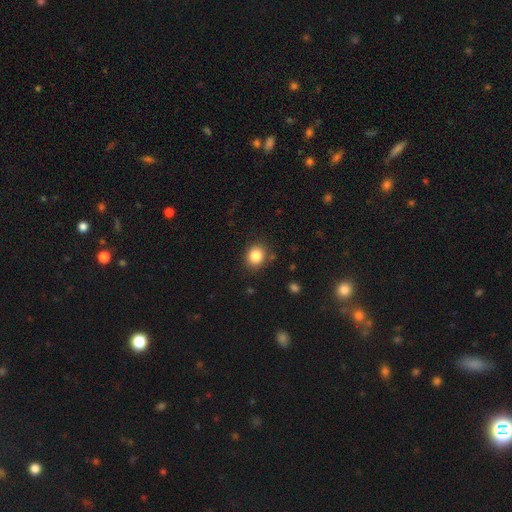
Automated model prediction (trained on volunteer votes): smooth-or-featured: smooth: 84% | star or artifact: 10% | featured or disk: 5%
  how-rounded: round: 68% | in between: 31% | cigar-shaped: 1%
  merging: none: 84% | minor disturbance: 11% | major disturbance: 3% | merger: 2%